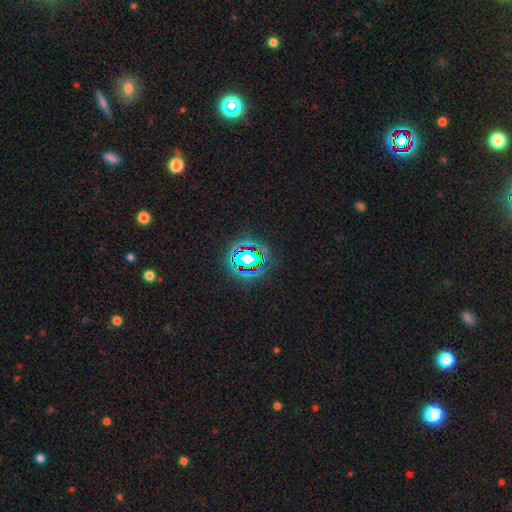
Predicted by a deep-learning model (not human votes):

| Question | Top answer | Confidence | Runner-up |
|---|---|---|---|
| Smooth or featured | star or artifact | 79% | smooth (13%) |